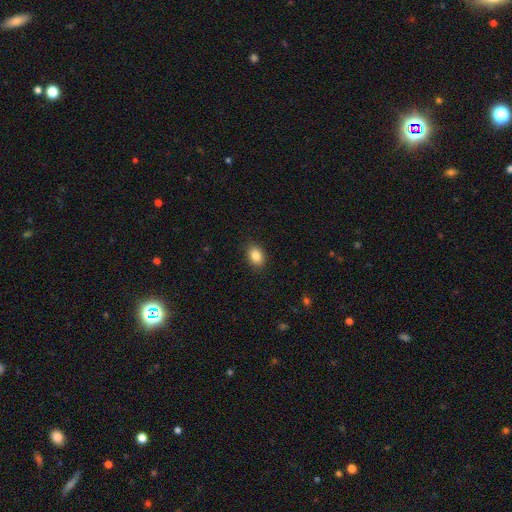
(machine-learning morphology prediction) smooth 86%, star or artifact 9%, featured or disk 5%. Down the decision tree: how rounded — in between (76%); merging — none (89%).